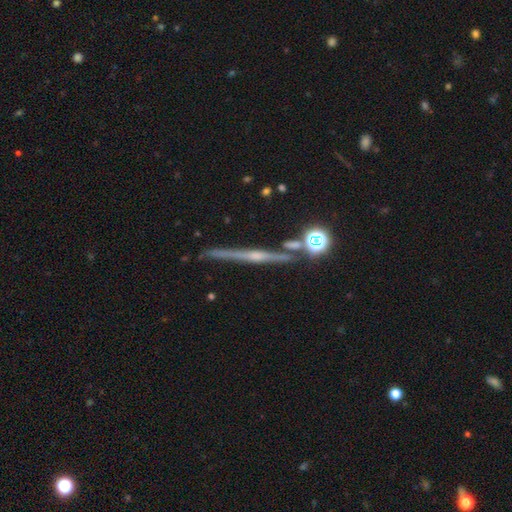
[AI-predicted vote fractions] The model was most divided on "edge-on bulge": rounded: 73%, none: 19%, boxy: 8%. More confident: edge-on disk — yes (97%); merging — none (84%); smooth or featured — featured or disk (77%).